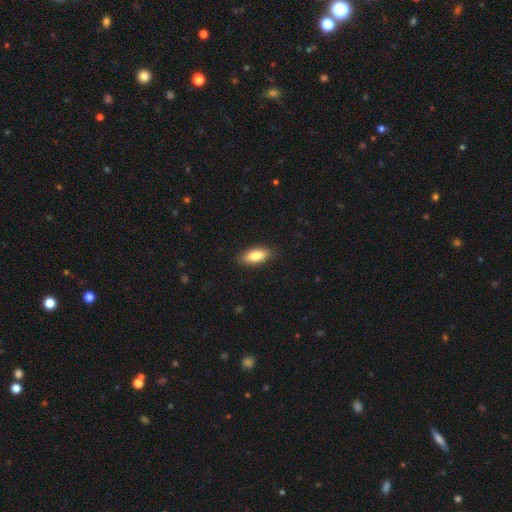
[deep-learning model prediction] The model was most divided on "how rounded": in between: 79%, cigar-shaped: 18%, round: 2%. More confident: merging — none (88%); smooth or featured — smooth (83%).